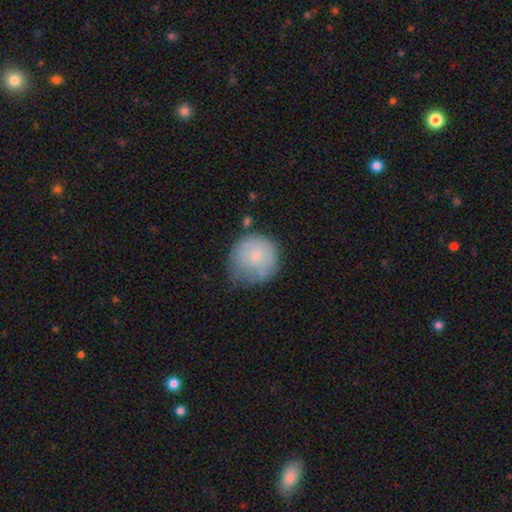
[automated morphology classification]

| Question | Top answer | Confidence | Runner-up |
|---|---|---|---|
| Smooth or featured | smooth | 70% | featured or disk (23%) |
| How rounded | round | 89% | in between (10%) |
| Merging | none | 45% | minor disturbance (35%) |